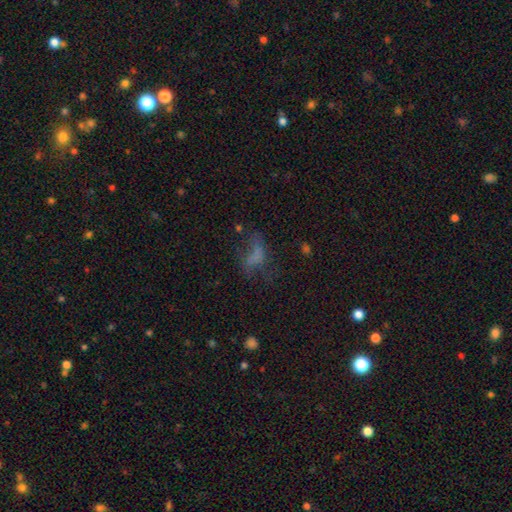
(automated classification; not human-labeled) Smooth or featured? Predicted: smooth (p=0.49). Merging? Predicted: major disturbance (p=0.38).